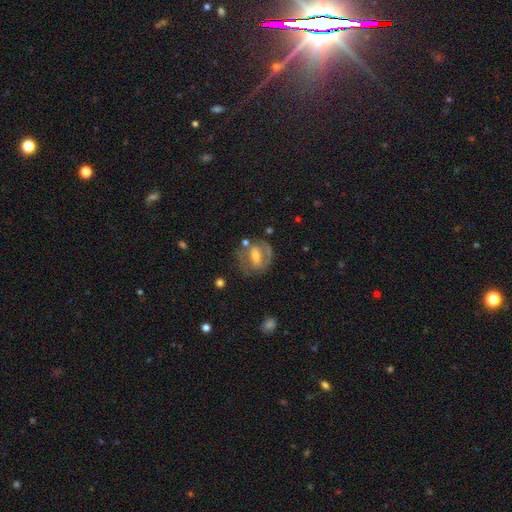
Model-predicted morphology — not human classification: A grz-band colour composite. It shows a featured or disk galaxy (65%) with a weak bar (36%, tied with strong), spiral arms (55%) and a moderate central bulge (56%). Merging: none (63%).